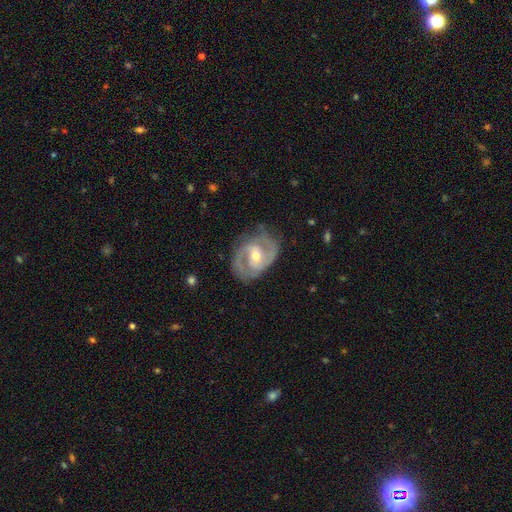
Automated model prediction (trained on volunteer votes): Q: Smooth or featured?
A: featured or disk (88%); runner-up: smooth (7%)
Q: Edge-on disk?
A: no (97%); runner-up: yes (3%)
Q: Bar?
A: weak (47%); runner-up: no (33%)
Q: Spiral arms?
A: yes (96%); runner-up: no (4%)
Q: Spiral winding?
A: medium (51%); runner-up: tight (37%)
Q: Spiral arm count?
A: 2 (84%); runner-up: can't tell (6%)
Q: Bulge size?
A: moderate (59%); runner-up: small (37%)
Q: Merging?
A: none (74%); runner-up: minor disturbance (18%)